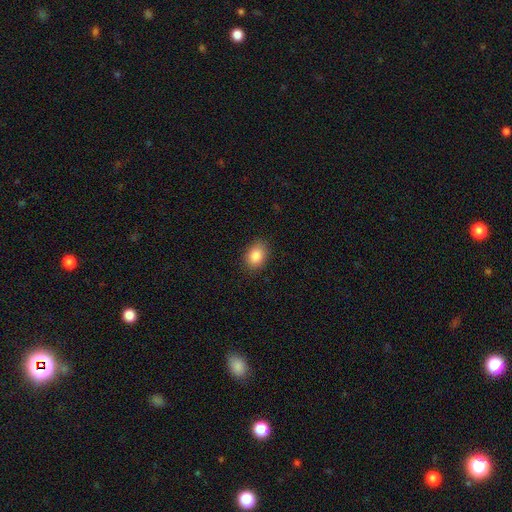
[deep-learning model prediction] The model was most divided on "how rounded": in between: 71%, round: 28%, cigar-shaped: 1%. More confident: smooth or featured — smooth (87%); merging — none (86%).